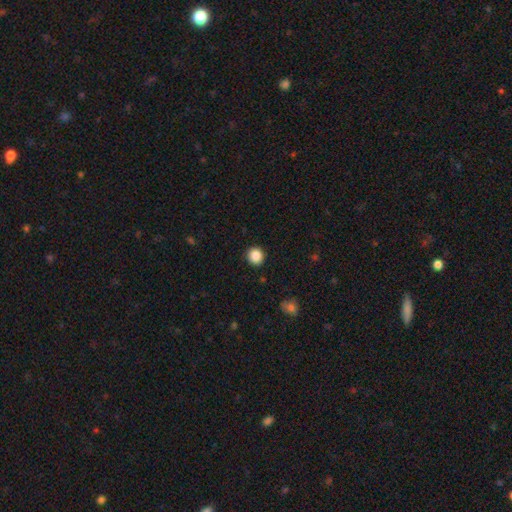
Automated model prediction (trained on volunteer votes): A smooth galaxy with no disk features (87%) that is round (92%).

Vote fractions:
- Smooth or featured? smooth: 87% / star or artifact: 10% / featured or disk: 4%
- How rounded? round: 92% / in between: 7% / cigar-shaped: 1%
- Merging? none: 92% / minor disturbance: 6% / major disturbance: 2% / merger: 1%